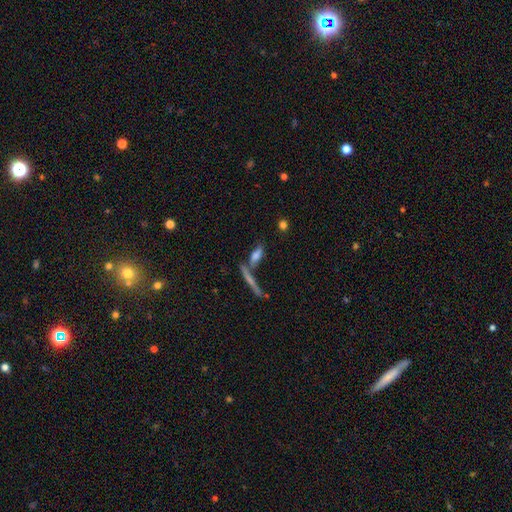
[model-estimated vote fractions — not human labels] A smooth galaxy with no disk features (62%) that is in between round and cigar-shaped (48%).

Vote fractions:
- Smooth or featured? smooth: 62% / featured or disk: 27% / star or artifact: 11%
- How rounded? in between: 48% / cigar-shaped: 47% / round: 5%
- Merging? none: 48% / merger: 31% / minor disturbance: 14% / major disturbance: 7%